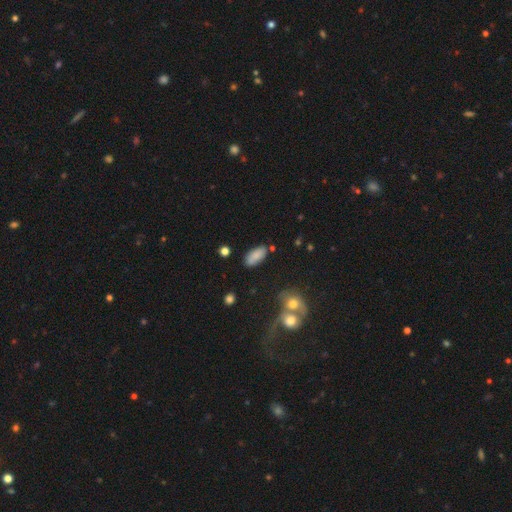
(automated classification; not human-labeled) This is clearly a smooth galaxy (83%). How rounded: clearly in between (87%). Merging: clearly none (81%).